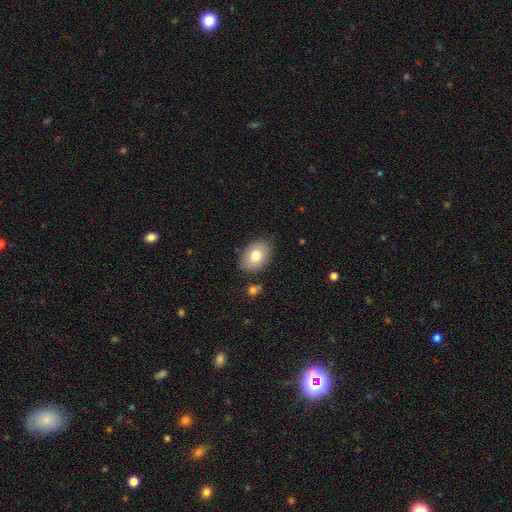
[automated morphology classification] smooth-or-featured: smooth: 79% | featured or disk: 13% | star or artifact: 8%
  how-rounded: in between: 80% | round: 19% | cigar-shaped: 1%
  merging: none: 83% | minor disturbance: 12% | merger: 3% | major disturbance: 3%